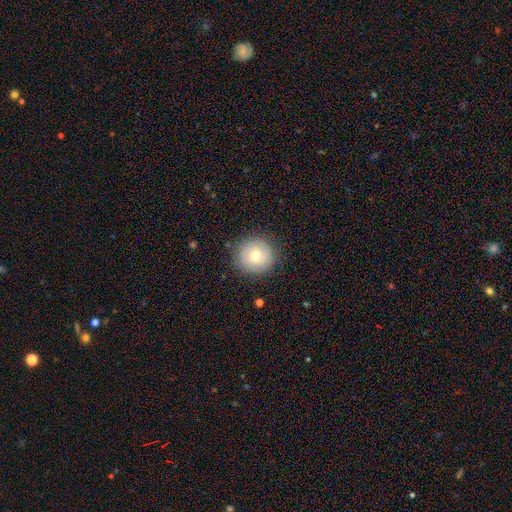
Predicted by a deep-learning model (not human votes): This appears to be a smooth galaxy with no disk features (65%) that is round (94%). Merging: none (85%).